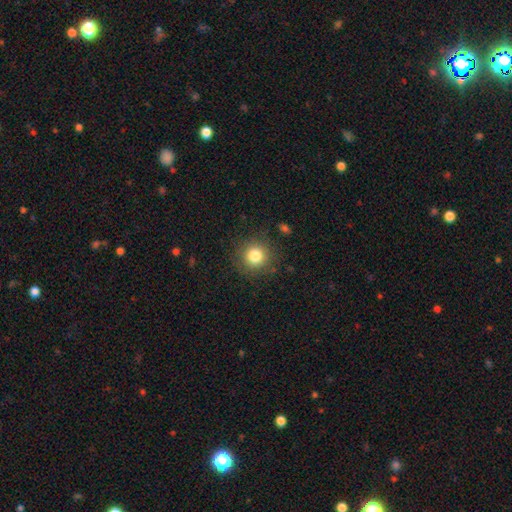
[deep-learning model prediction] smooth-or-featured: smooth: 81% | star or artifact: 12% | featured or disk: 6%
  how-rounded: round: 94% | in between: 5% | cigar-shaped: 1%
  merging: none: 90% | minor disturbance: 7% | major disturbance: 2% | merger: 1%